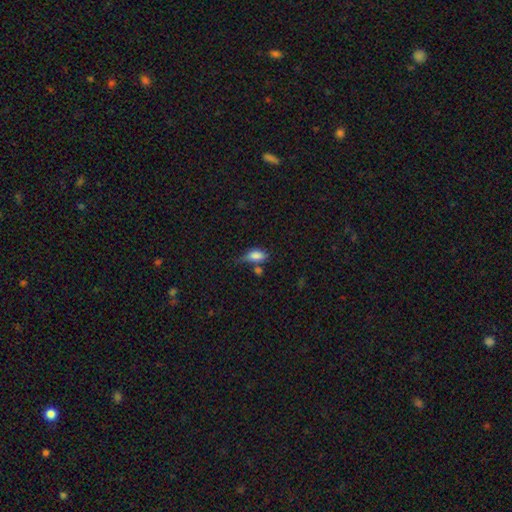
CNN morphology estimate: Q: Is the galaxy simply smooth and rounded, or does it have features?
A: smooth — 78%.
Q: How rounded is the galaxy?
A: in between — 84%.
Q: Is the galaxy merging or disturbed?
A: none — 37%.